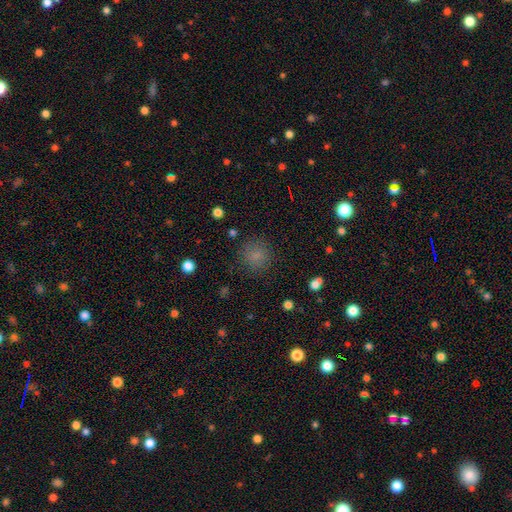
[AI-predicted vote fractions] A smooth galaxy with no disk features (79%) that is round (88%). Merging: none (85%).